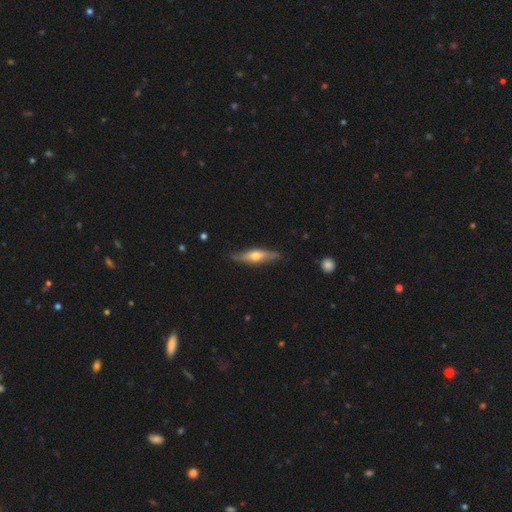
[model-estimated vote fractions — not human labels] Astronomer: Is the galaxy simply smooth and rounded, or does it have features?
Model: featured or disk — 53% (runner-up: smooth, 41%).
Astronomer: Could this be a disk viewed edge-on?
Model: yes — 87%.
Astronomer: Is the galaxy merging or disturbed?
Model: none — 84%.